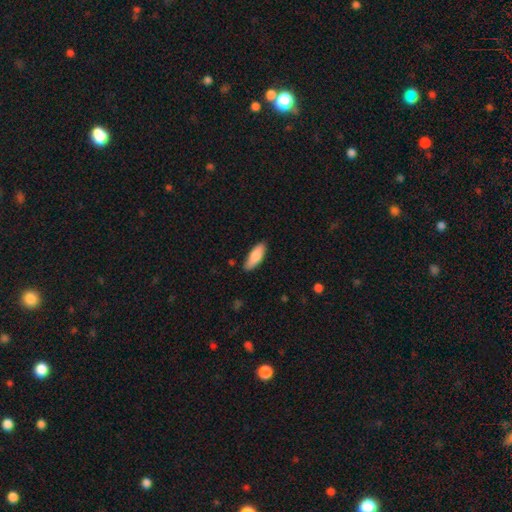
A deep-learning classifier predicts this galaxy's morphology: Smooth or featured? Predicted: smooth (p=0.82). How rounded? Predicted: in between (p=0.68). Merging? Predicted: none (p=0.84).